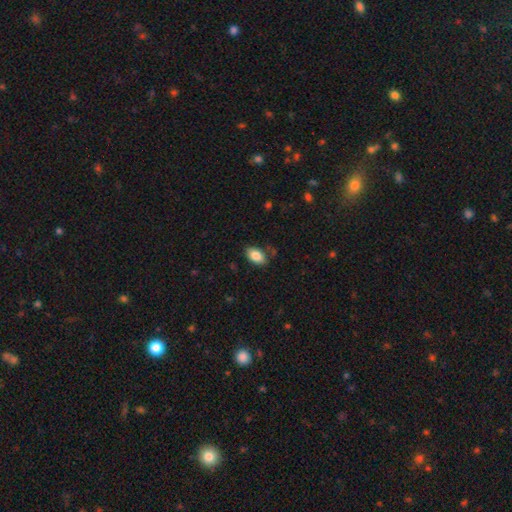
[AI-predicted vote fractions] The model was most divided on "merging": none: 81%, minor disturbance: 13%, major disturbance: 3%, merger: 2%. More confident: how rounded — in between (92%); smooth or featured — smooth (85%).